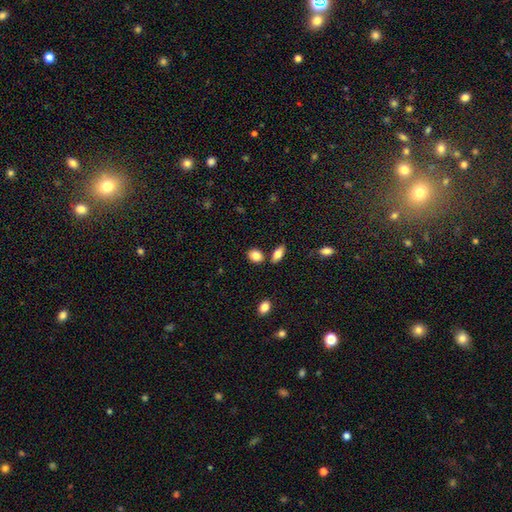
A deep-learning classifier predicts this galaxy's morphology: Smooth or featured? smooth (83%)
How rounded? in between (69%)
Merging? none (74%)